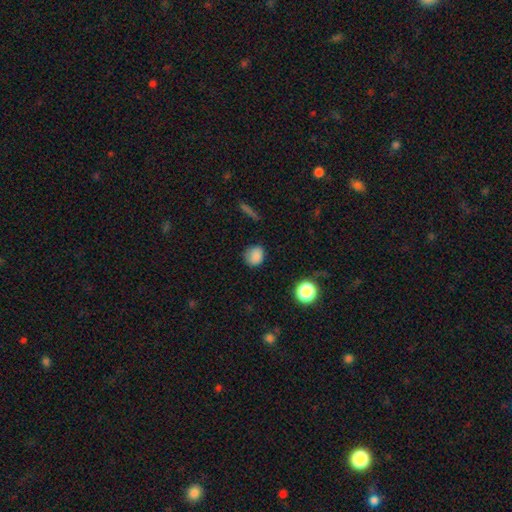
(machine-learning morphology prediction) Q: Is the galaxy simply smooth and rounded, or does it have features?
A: smooth — 83%.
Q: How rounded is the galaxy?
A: round — 75%.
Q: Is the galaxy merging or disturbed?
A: none — 76%.